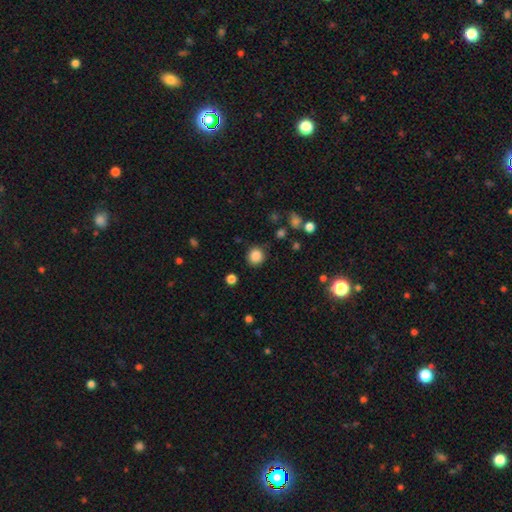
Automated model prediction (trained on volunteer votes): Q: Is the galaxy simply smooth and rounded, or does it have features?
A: smooth — 86%.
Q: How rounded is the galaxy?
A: round — 91%.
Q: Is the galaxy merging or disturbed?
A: none — 87%.